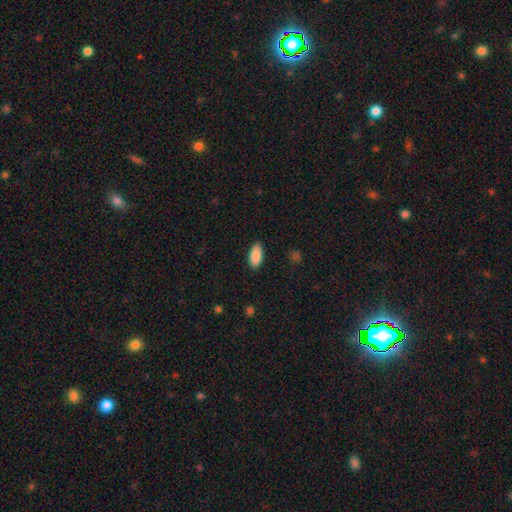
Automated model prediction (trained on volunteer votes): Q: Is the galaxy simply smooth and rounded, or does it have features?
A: smooth — 89%.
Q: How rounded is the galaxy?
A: in between — 86%.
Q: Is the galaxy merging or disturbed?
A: none — 87%.